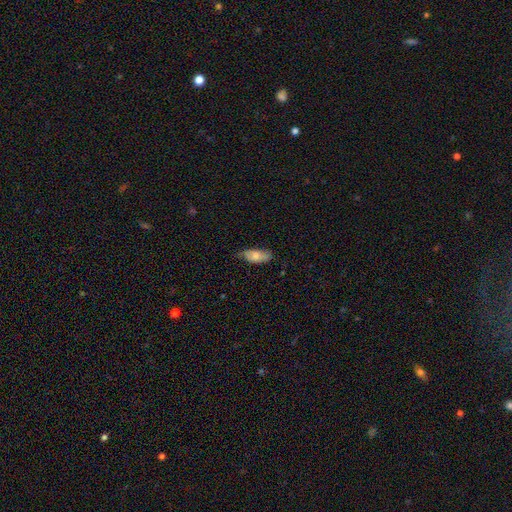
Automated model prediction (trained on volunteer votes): Overall: smooth (70%). How rounded: in between (84%). Merging: none (66%; minor disturbance 28%).